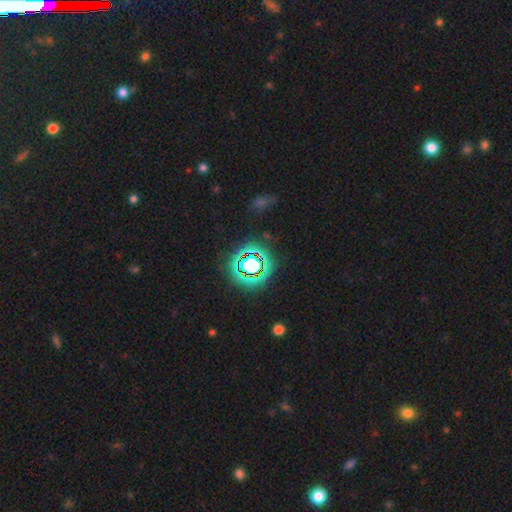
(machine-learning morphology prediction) Smooth or featured? Predicted: star or artifact (p=0.67).